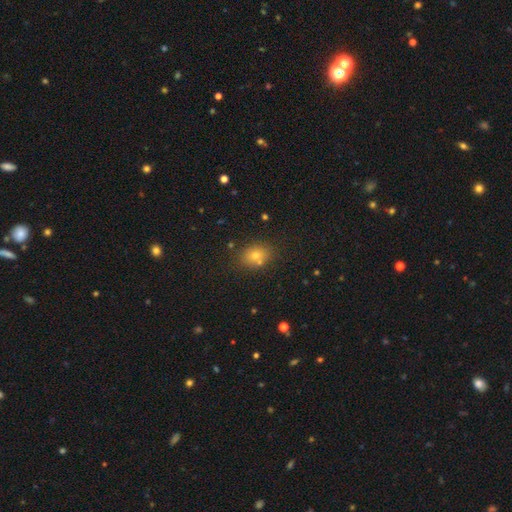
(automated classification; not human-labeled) Smooth or featured: smooth — 67% (star or artifact — 21%)
How rounded: in between — 52% (round — 47%)
Merging: none — 74% (merger — 12%)